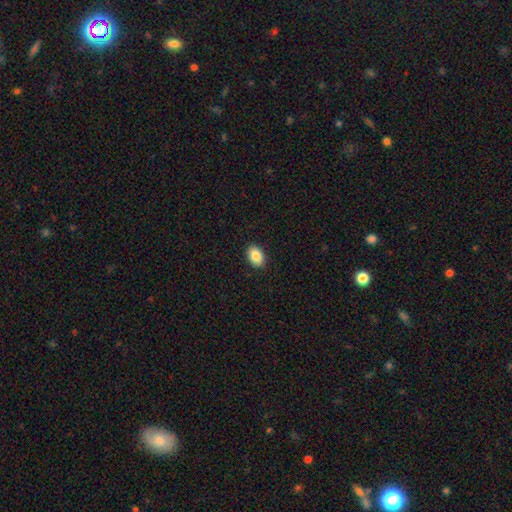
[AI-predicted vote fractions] smooth 86%, star or artifact 8%, featured or disk 6%. Down the decision tree: how rounded — in between (83%); merging — none (91%).